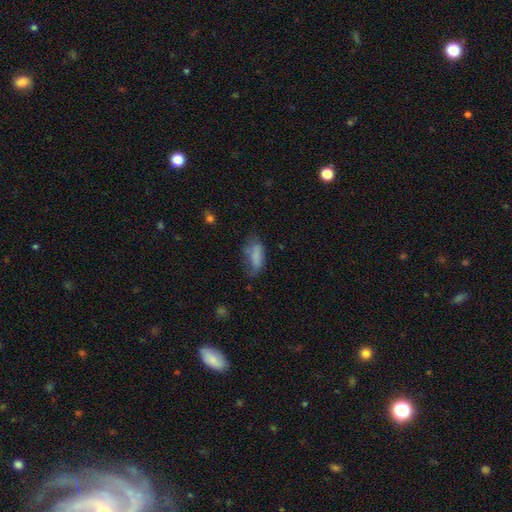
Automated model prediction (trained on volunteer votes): This is likely a smooth galaxy (74%). How rounded: clearly in between (81%). Merging: marginally none (41%).